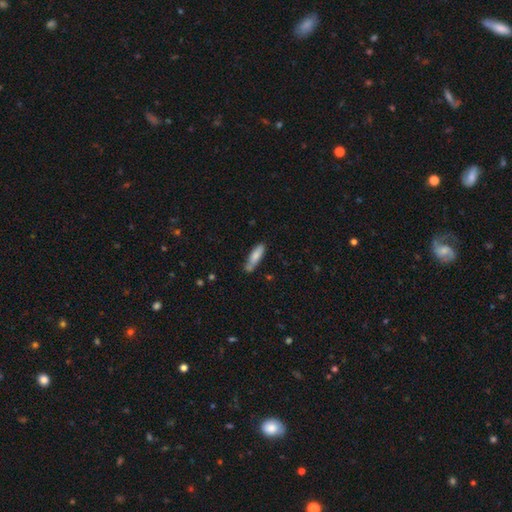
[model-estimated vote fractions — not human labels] smooth 78%, featured or disk 16%, star or artifact 6%. Down the decision tree: how rounded — cigar-shaped (65%); merging — none (68%).